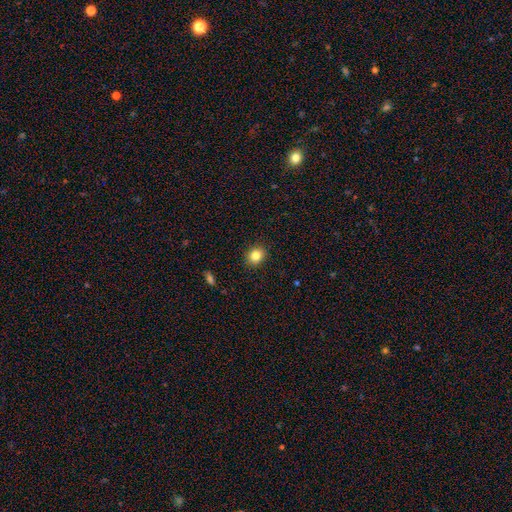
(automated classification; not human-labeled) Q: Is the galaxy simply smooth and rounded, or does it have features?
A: smooth — 83%.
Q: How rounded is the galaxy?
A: round — 67%.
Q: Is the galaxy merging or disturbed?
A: none — 91%.